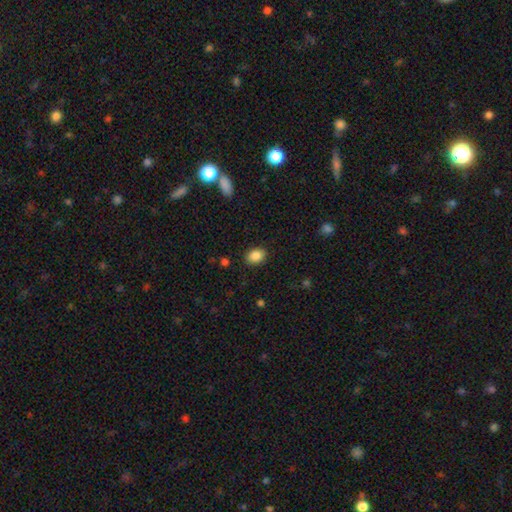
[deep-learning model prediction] Overall: smooth (87%). How rounded: in between (71%). Merging: none (88%).